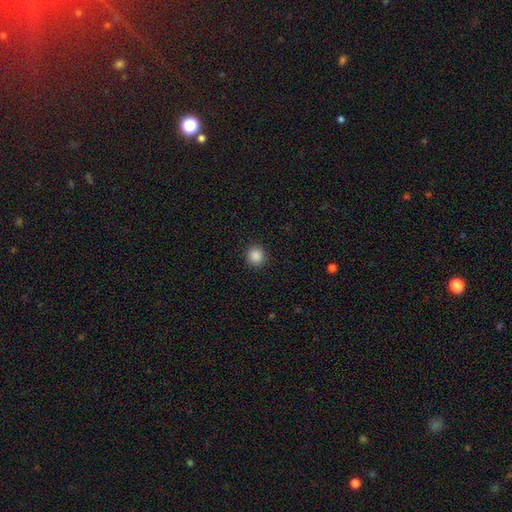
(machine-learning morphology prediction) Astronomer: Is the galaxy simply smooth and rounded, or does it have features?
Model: smooth — 87%.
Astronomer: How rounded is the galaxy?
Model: round — 92%.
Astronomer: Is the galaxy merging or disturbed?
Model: none — 92%.